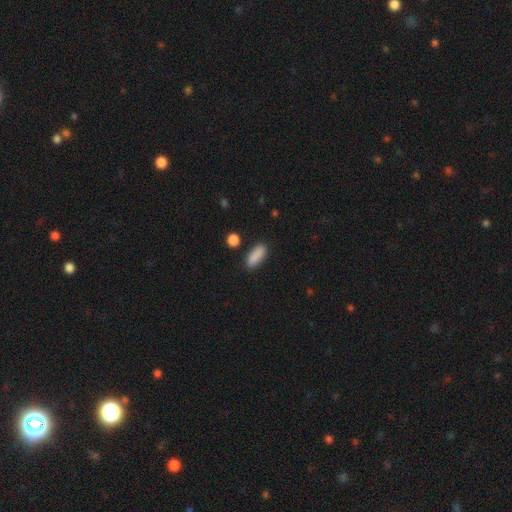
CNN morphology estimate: This appears to be a smooth galaxy with no disk features (89%) that is in between round and cigar-shaped (70%). Merging: none (85%).